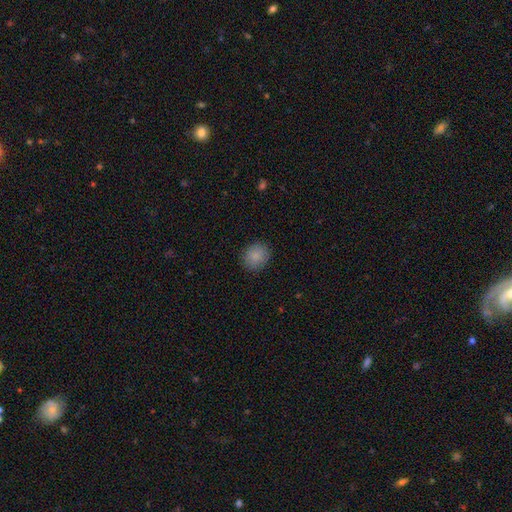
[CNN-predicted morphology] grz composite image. It shows a smooth galaxy with no disk features (86%) that is round (78%). Merging: none (87%).